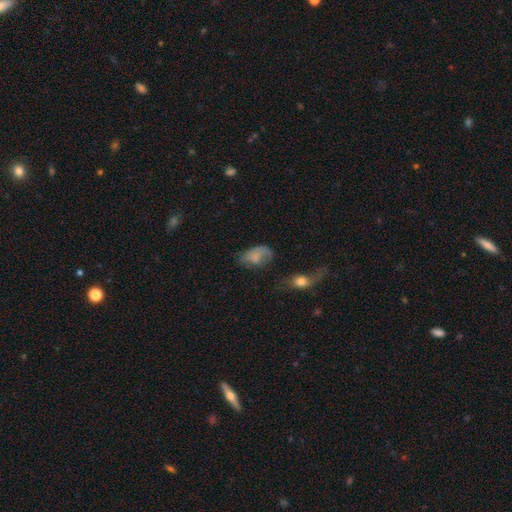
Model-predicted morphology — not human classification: smooth_or_featured: smooth (p=0.64) [alt: featured or disk p=0.25]
how_rounded: in between (p=0.87) [alt: round p=0.11]
merging: none (p=0.38) [alt: minor disturbance p=0.30]